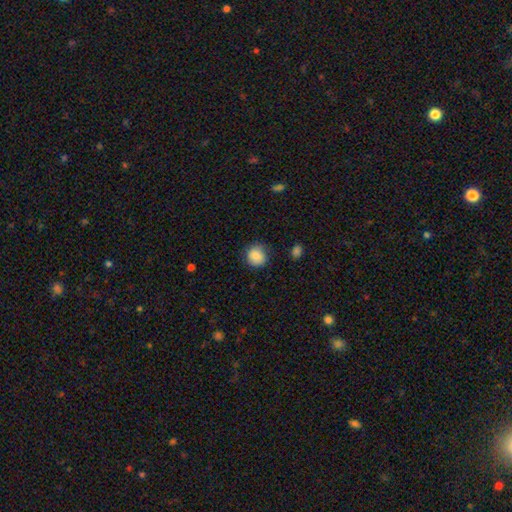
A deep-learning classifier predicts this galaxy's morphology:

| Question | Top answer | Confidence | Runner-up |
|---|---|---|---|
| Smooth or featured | smooth | 85% | star or artifact (9%) |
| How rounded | round | 88% | in between (12%) |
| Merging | none | 81% | minor disturbance (14%) |